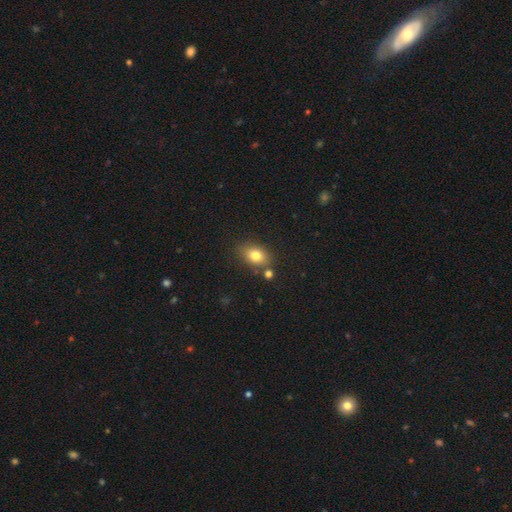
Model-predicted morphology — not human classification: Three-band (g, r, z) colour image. It shows a smooth galaxy with no disk features (79%) that is in between round and cigar-shaped (73%). Merging: none (73%).